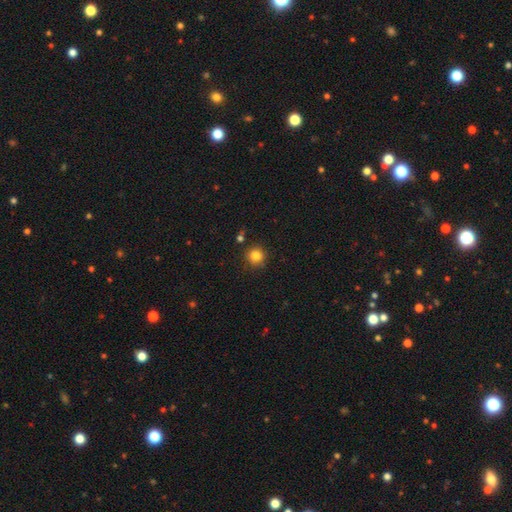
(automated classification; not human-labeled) A smooth galaxy with no disk features (83%) that is round (94%). Merging: none (87%).